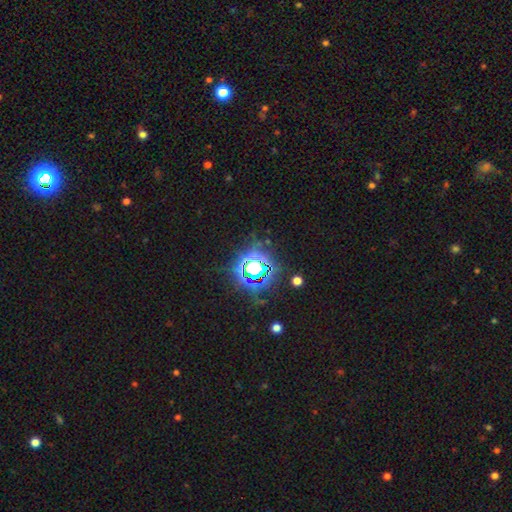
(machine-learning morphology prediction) A star or artifact, not a galaxy (81%).

Vote fractions:
- Smooth or featured? star or artifact: 81% / smooth: 11% / featured or disk: 8%